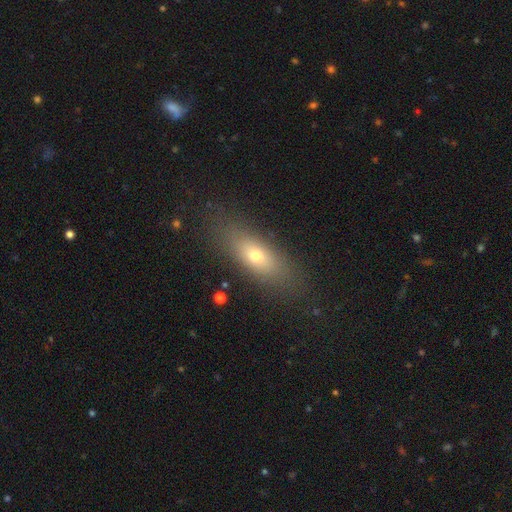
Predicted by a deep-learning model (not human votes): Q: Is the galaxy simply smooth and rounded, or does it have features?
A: smooth — 67%.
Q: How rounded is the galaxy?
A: in between — 64%.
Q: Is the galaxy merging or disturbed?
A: none — 81%.